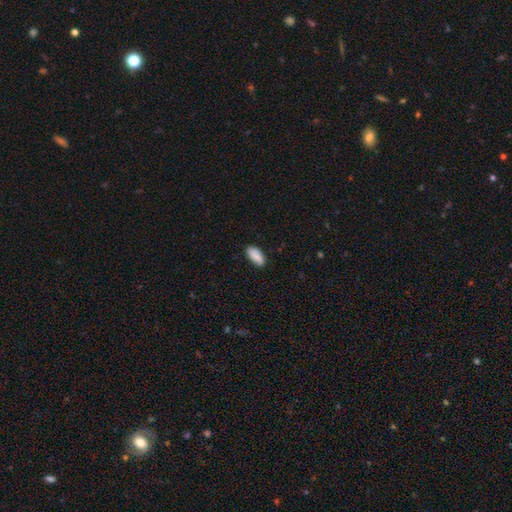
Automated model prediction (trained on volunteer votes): Q: Smooth or featured?
A: smooth (88%); runner-up: star or artifact (6%)
Q: How rounded?
A: in between (90%); runner-up: cigar-shaped (8%)
Q: Merging?
A: none (85%); runner-up: minor disturbance (11%)